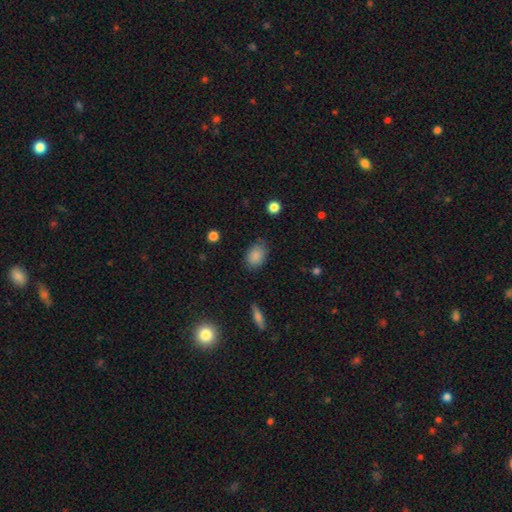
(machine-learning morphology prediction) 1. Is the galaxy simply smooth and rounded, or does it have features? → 86% smooth, 8% star or artifact, 5% featured or disk.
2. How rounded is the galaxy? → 78% in between, 21% round, 1% cigar-shaped.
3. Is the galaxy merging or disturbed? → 78% none, 17% minor disturbance, 4% major disturbance, 2% merger.